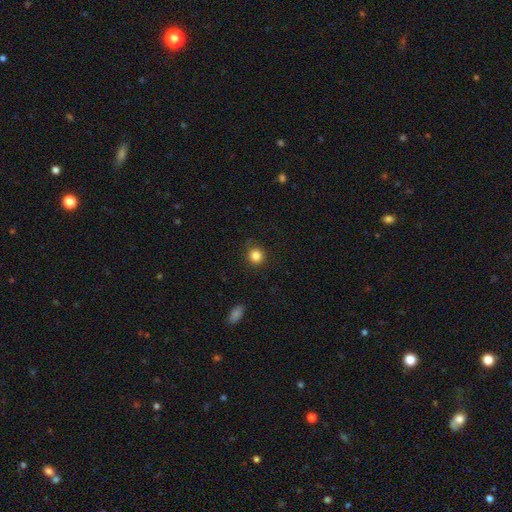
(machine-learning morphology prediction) The model was most divided on "smooth or featured": smooth: 85%, star or artifact: 11%, featured or disk: 4%. More confident: how rounded — round (91%); merging — none (86%).